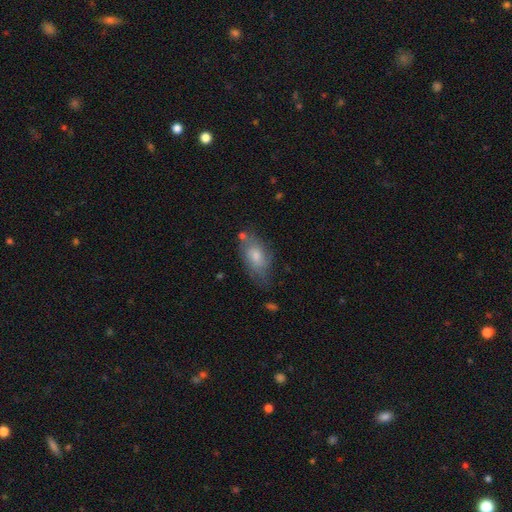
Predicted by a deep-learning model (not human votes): Overall: smooth (54%; featured or disk 36%). How rounded: in between (86%). Merging: none (60%; minor disturbance 26%).